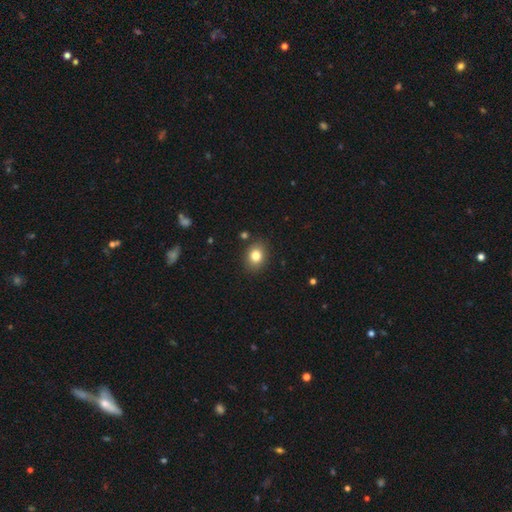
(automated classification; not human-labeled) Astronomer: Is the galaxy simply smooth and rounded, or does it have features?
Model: smooth — 81%.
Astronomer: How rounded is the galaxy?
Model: round — 51% (runner-up: in between, 49%).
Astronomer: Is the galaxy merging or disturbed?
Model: none — 86%.